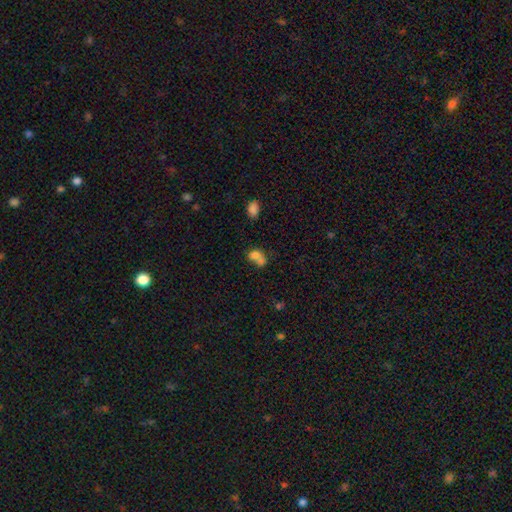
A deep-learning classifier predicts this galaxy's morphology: Smooth or featured?
  - smooth: 73% *
  - featured or disk: 15%
  - star or artifact: 11%
How rounded?
  - round: 53% *
  - in between: 46%
  - cigar-shaped: 1%
Merging?
  - merger: 65% *
  - none: 23%
  - minor disturbance: 7%
  - major disturbance: 5%